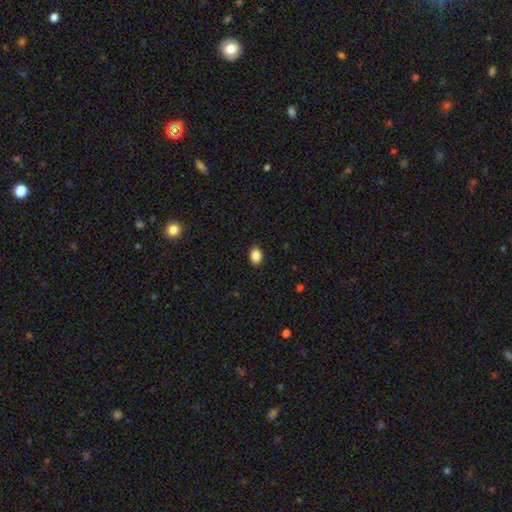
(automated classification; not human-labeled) smooth 87%, star or artifact 9%, featured or disk 4%. Down the decision tree: how rounded — in between (59%); merging — none (91%).